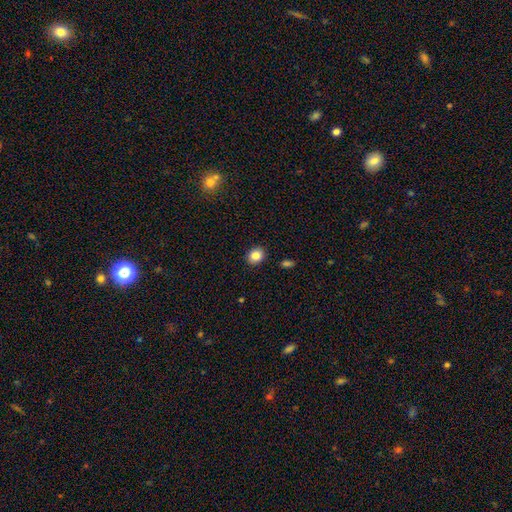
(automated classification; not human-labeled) Smooth or featured: smooth — 84% (star or artifact — 10%)
How rounded: round — 66% (in between — 33%)
Merging: none — 90% (minor disturbance — 6%)